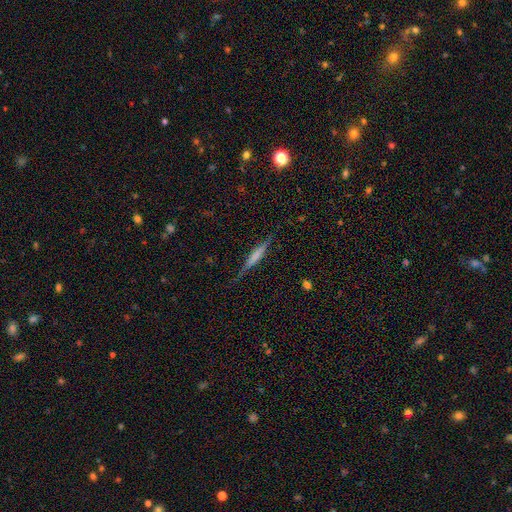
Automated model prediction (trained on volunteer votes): Smooth or featured? featured or disk (52%)
Edge-on disk? yes (96%)
Edge-on bulge? none (45%)
Merging? none (81%)